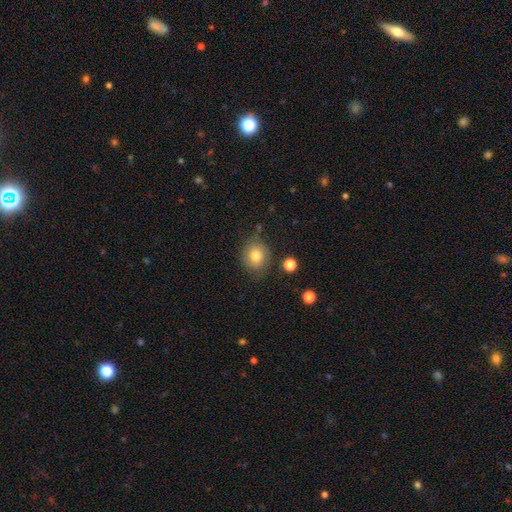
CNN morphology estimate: Smooth or featured? smooth (79%)
How rounded? round (73%)
Merging? none (76%)